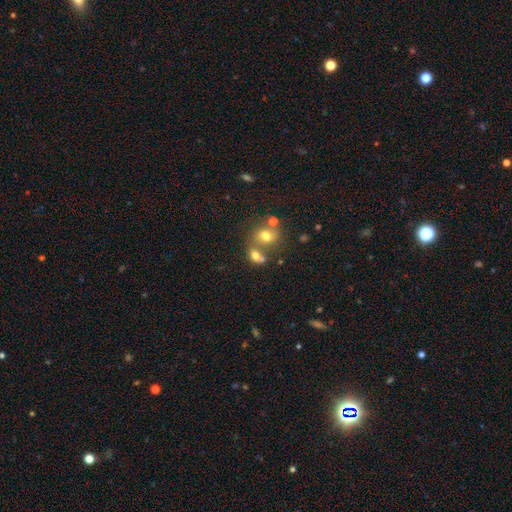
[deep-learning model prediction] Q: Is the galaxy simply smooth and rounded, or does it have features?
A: smooth — 69%.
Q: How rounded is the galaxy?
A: in between — 55%.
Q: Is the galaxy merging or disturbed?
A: merger — 49%.